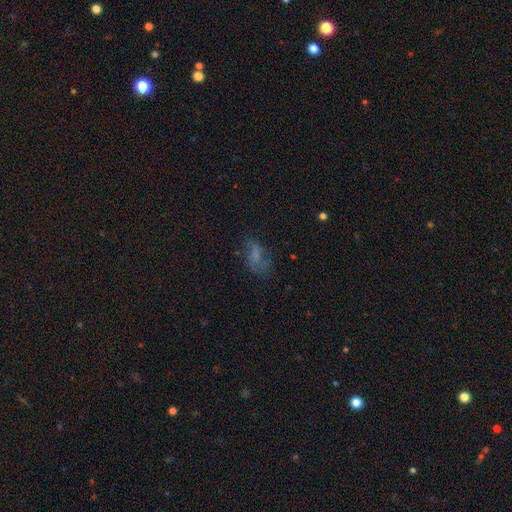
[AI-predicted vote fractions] Overall: smooth (46%; featured or disk 36%). Merging: none (46%; major disturbance 27%).